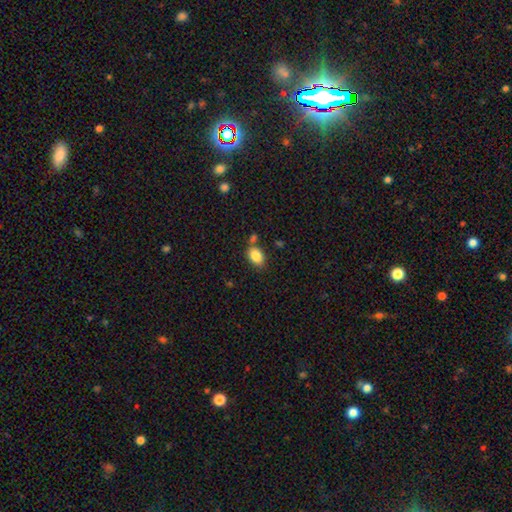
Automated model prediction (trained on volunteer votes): A smooth galaxy with no disk features (85%) that is in between round and cigar-shaped (83%). Merging: none (71%).